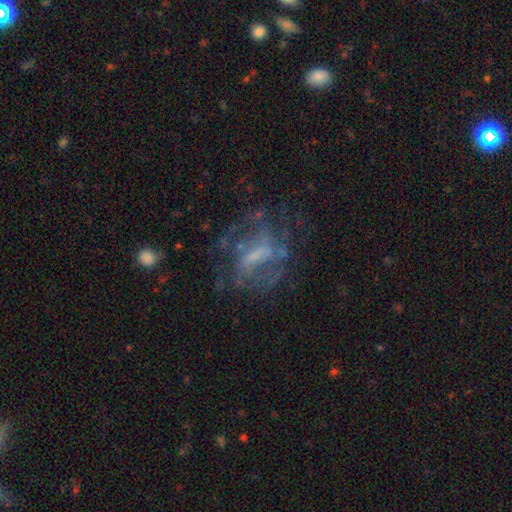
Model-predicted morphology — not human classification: A featured or disk galaxy (68%) with a weak bar (43%), spiral arms (55%) and no central bulge (36%). Merging: none (52%).